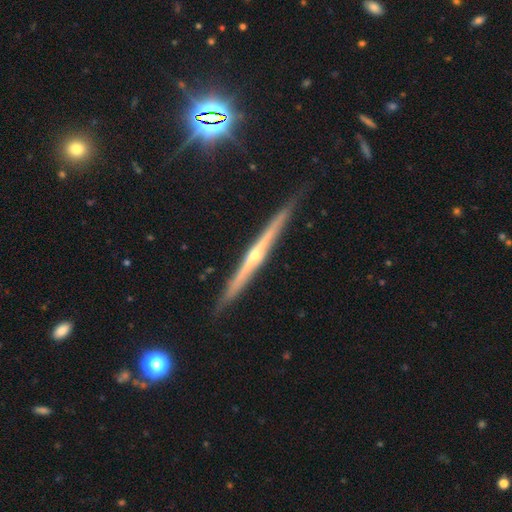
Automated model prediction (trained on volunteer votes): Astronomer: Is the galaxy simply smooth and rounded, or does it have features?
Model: featured or disk — 83%.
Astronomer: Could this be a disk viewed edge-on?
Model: yes — 98%.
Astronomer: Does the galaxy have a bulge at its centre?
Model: rounded — 79%.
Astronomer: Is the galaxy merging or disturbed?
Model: none — 89%.